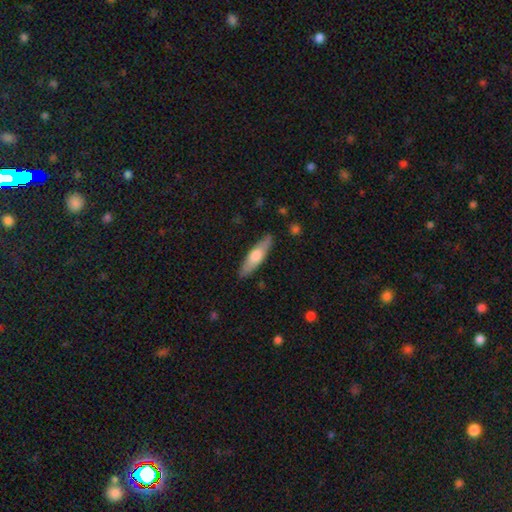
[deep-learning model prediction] Smooth or featured? smooth (56%)
How rounded? cigar-shaped (69%)
Merging? none (87%)